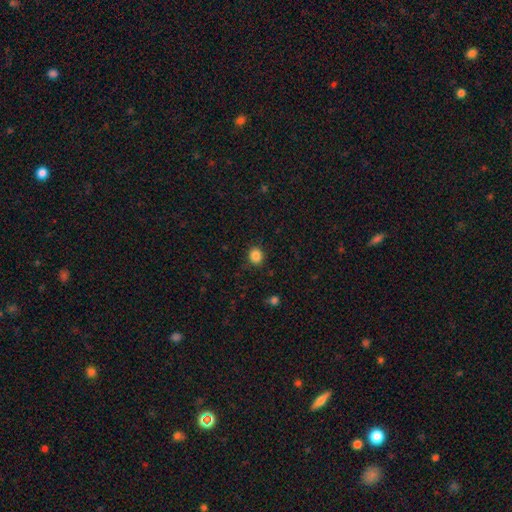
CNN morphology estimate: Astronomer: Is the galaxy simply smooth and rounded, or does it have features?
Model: smooth — 85%.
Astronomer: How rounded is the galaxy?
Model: round — 81%.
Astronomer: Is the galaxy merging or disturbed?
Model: none — 88%.